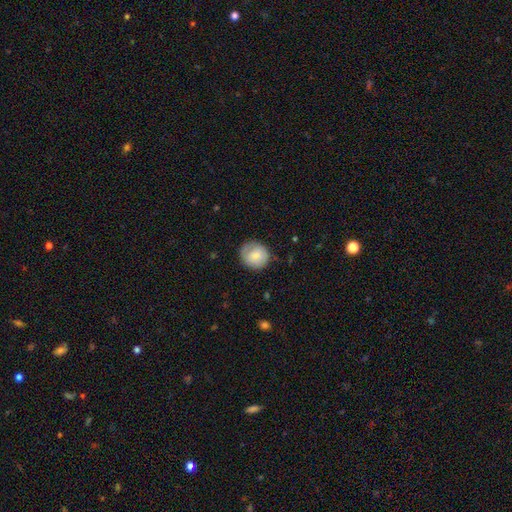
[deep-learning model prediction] A smooth galaxy with no disk features (73%) that is round (85%). Merging: none (74%).